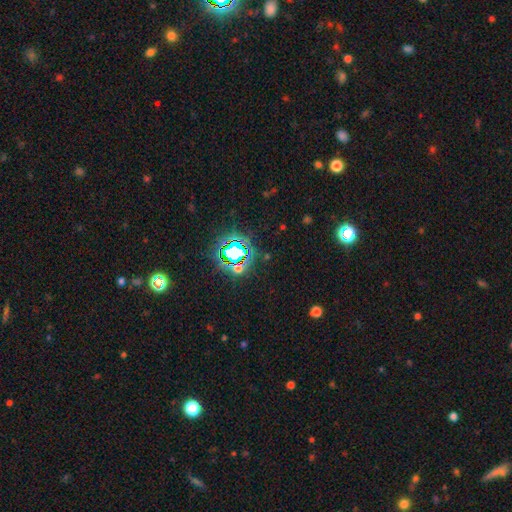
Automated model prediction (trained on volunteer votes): This appears to be a star or artifact, not a galaxy (81%).